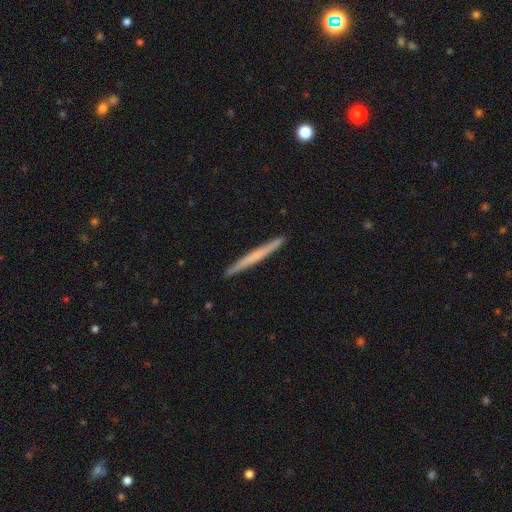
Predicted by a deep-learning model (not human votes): smooth_or_featured: smooth (p=0.49) [alt: featured or disk p=0.46]
merging: none (p=0.92) [alt: minor disturbance p=0.05]